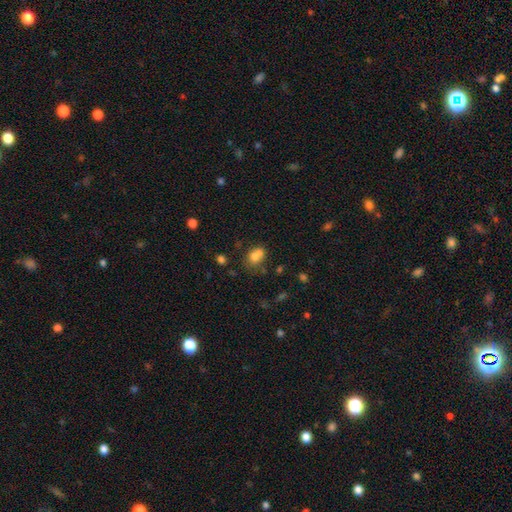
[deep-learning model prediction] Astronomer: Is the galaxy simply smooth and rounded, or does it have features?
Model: smooth — 73%.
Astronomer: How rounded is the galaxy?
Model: in between — 54% (runner-up: round, 45%).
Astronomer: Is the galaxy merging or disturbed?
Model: merger — 41% (runner-up: none, 37%).